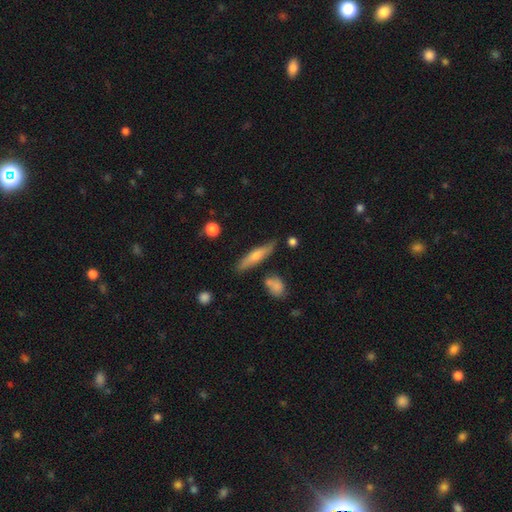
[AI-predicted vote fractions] Q: Smooth or featured?
A: smooth (52%); runner-up: featured or disk (42%)
Q: How rounded?
A: cigar-shaped (79%); runner-up: in between (18%)
Q: Merging?
A: none (76%); runner-up: minor disturbance (16%)